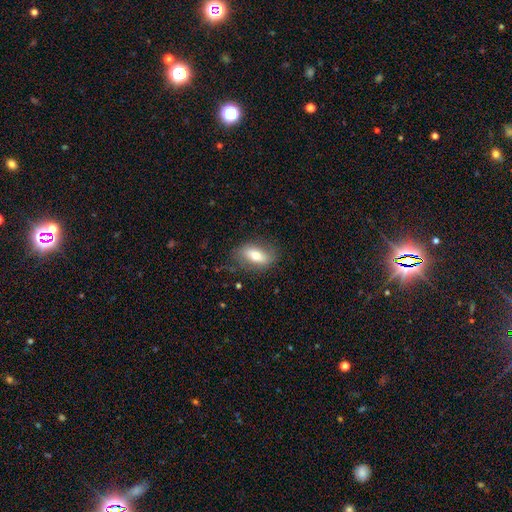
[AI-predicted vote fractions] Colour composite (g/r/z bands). It shows a smooth galaxy with no disk features (64%) that is in between round and cigar-shaped (85%). Merging: none (75%).